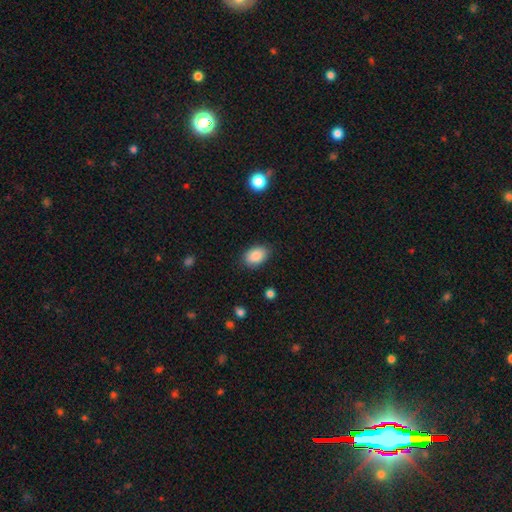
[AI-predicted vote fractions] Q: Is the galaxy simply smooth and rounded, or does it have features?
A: smooth — 88%.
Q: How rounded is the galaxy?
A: in between — 85%.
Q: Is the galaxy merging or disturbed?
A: none — 85%.